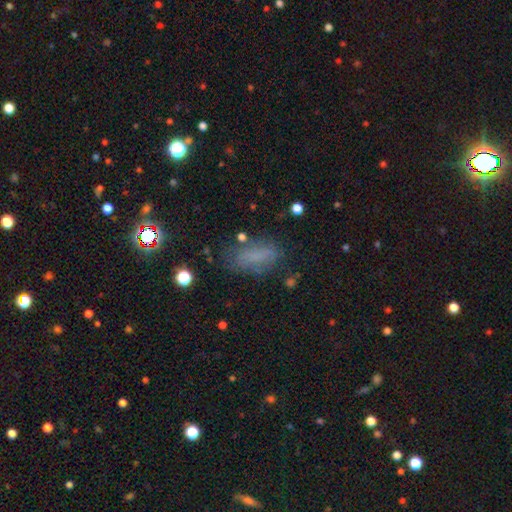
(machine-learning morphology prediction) Q: Smooth or featured?
A: smooth (64%); runner-up: star or artifact (20%)
Q: How rounded?
A: in between (71%); runner-up: cigar-shaped (25%)
Q: Merging?
A: none (66%); runner-up: minor disturbance (21%)